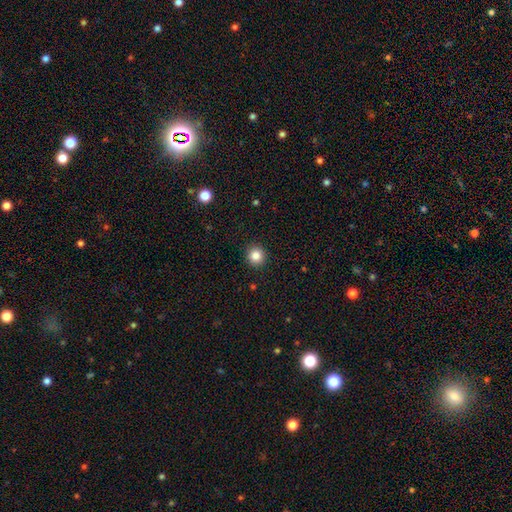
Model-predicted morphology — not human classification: smooth-or-featured: smooth: 84% | star or artifact: 11% | featured or disk: 5%
  how-rounded: round: 94% | in between: 5% | cigar-shaped: 1%
  merging: none: 93% | minor disturbance: 5% | major disturbance: 2% | merger: 1%